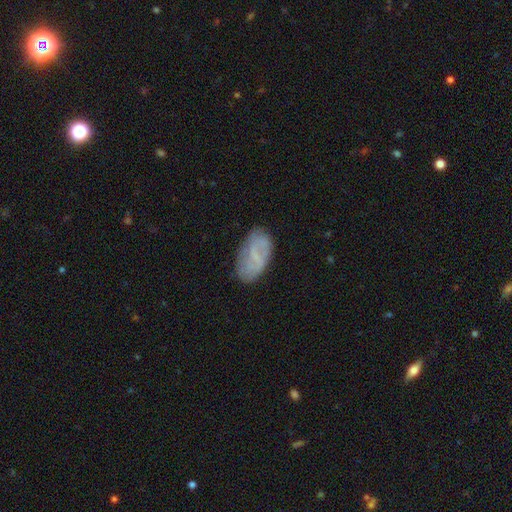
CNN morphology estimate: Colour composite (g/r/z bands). It shows a featured or disk galaxy (47%). Merging: none (72%).